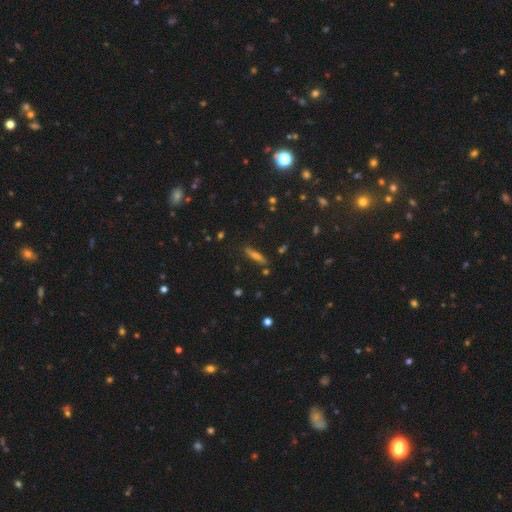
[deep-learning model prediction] A smooth galaxy with no disk features (55%) that is cigar-shaped (83%). Merging: none (84%).